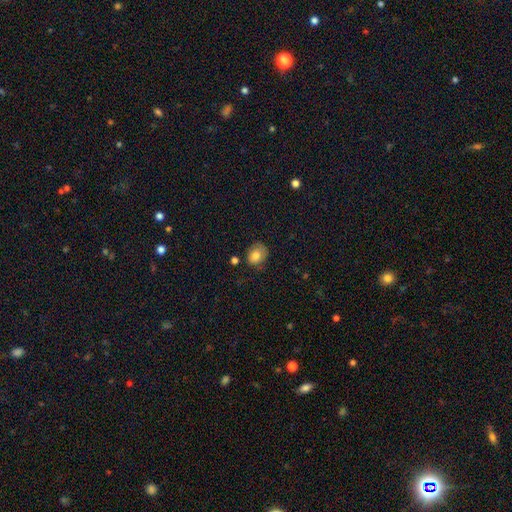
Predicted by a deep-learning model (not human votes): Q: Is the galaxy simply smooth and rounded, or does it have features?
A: smooth — 79%.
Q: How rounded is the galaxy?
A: round — 56%.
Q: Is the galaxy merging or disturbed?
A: none — 63%.